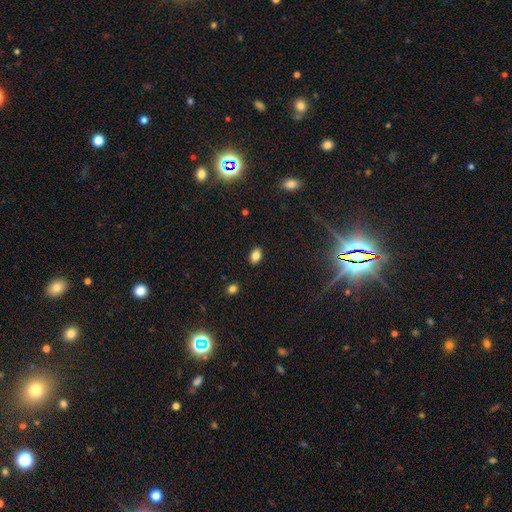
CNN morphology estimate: smooth_or_featured: smooth (p=0.83) [alt: star or artifact p=0.10]
how_rounded: in between (p=0.80) [alt: round p=0.18]
merging: none (p=0.88) [alt: minor disturbance p=0.08]